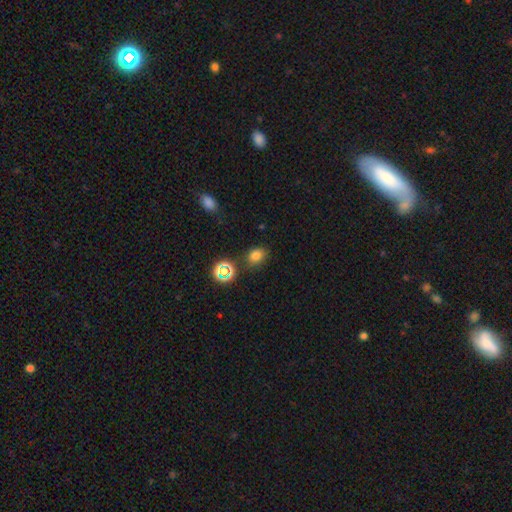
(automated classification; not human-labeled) Smooth or featured: smooth — 74% (star or artifact — 20%)
How rounded: in between — 59% (round — 39%)
Merging: none — 77% (minor disturbance — 14%)